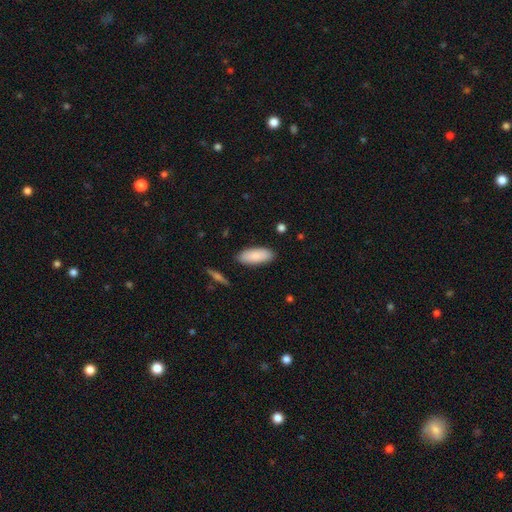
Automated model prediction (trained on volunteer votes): Smooth or featured: smooth — 87% (featured or disk — 8%)
How rounded: in between — 79% (cigar-shaped — 19%)
Merging: none — 88% (minor disturbance — 9%)